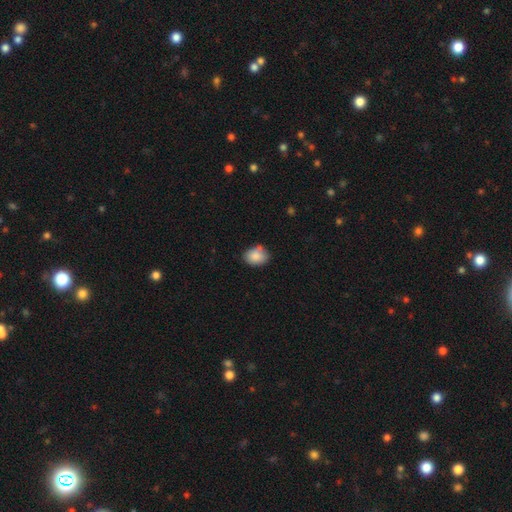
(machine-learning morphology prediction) Overall: smooth (84%). How rounded: in between (67%; round 32%). Merging: none (63%; minor disturbance 24%).